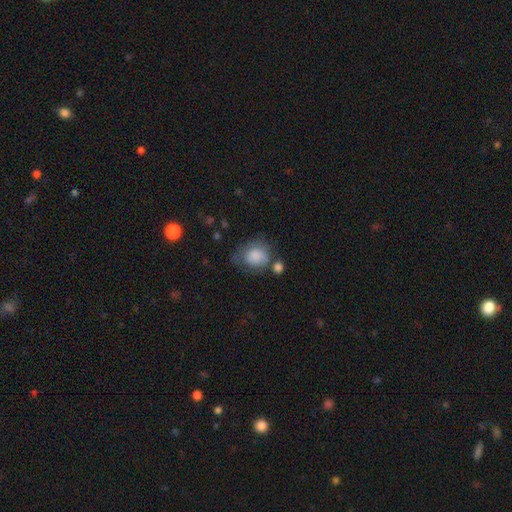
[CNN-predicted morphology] Smooth or featured? smooth (80%)
How rounded? round (57%)
Merging? none (39%)